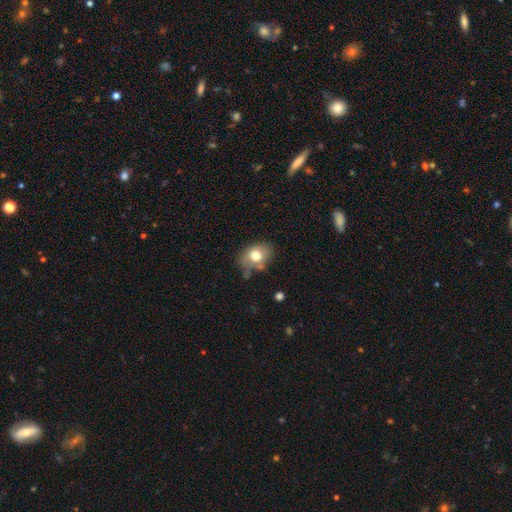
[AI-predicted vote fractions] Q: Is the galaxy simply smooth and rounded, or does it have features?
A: smooth — 74%.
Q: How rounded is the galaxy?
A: in between — 66%.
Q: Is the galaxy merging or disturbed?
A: none — 58%.